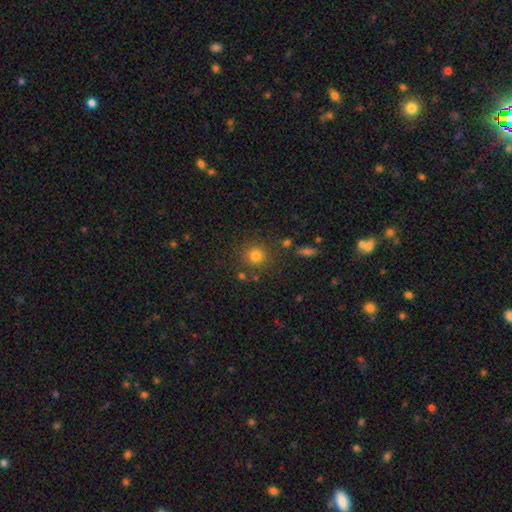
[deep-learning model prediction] Overall: smooth (80%). How rounded: round (91%). Merging: none (82%).